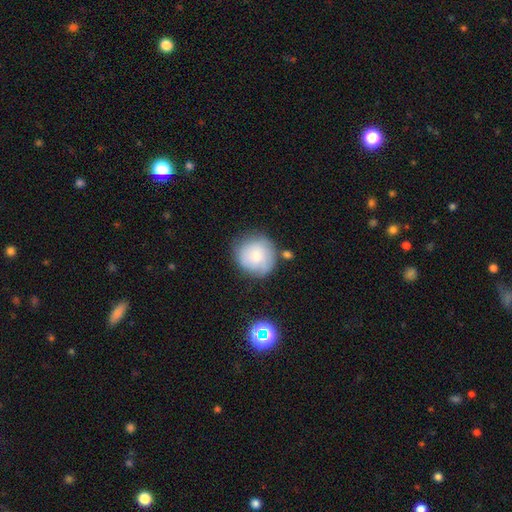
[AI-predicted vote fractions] smooth_or_featured: smooth (p=0.74) [alt: featured or disk p=0.19]
how_rounded: round (p=0.92) [alt: in between p=0.07]
merging: none (p=0.70) [alt: minor disturbance p=0.18]